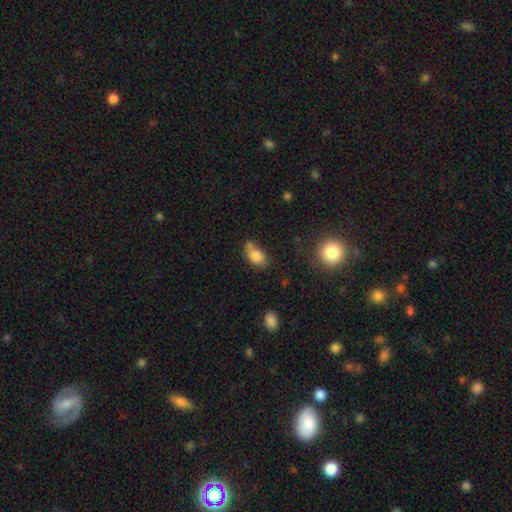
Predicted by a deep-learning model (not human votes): Morphology: type=smooth (80%); roundness=in between (78%); merging=none (45%).